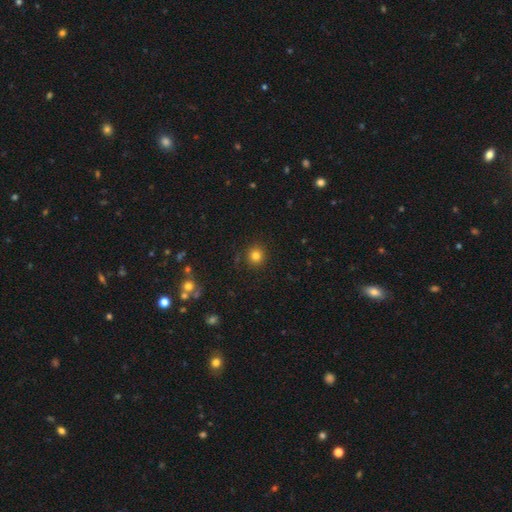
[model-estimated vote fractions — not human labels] Smooth or featured? smooth (81%)
How rounded? round (93%)
Merging? none (89%)